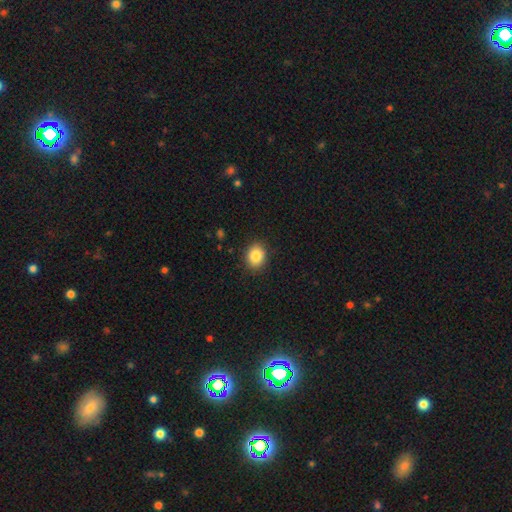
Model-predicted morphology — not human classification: A smooth galaxy with no disk features (86%) that is round (58%). Merging: none (89%).